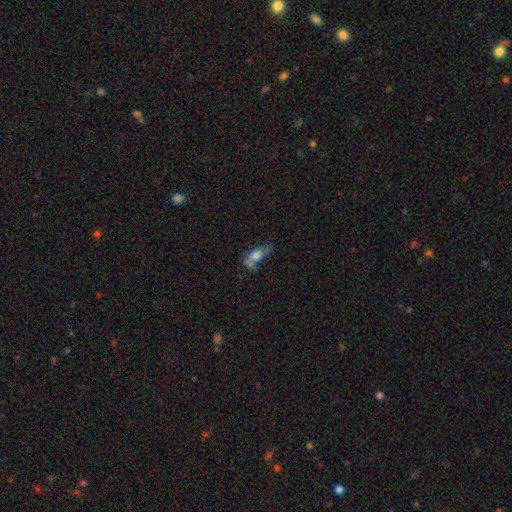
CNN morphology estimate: This is possibly a smooth galaxy (50%). How rounded: likely in between (69%). Merging: marginally none (35%).